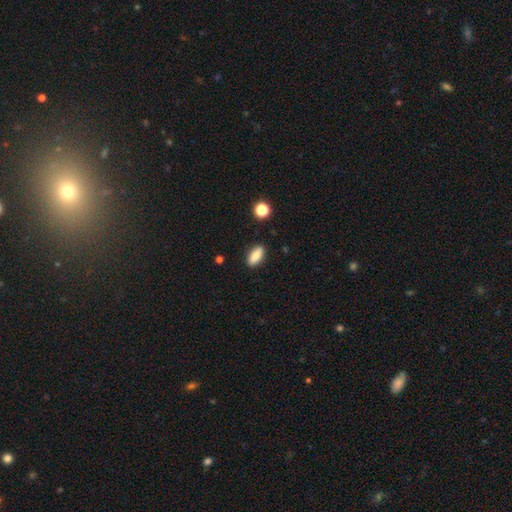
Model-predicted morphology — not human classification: The model was most divided on "how rounded": in between: 75%, cigar-shaped: 21%, round: 4%. More confident: merging — none (88%); smooth or featured — smooth (82%).